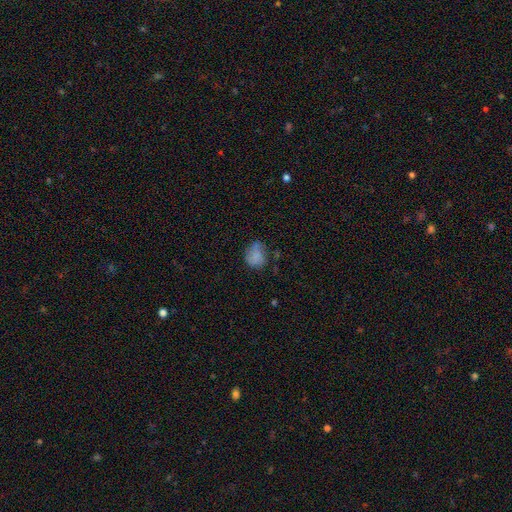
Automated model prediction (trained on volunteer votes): Smooth or featured? smooth (78%)
How rounded? round (54%)
Merging? none (49%)